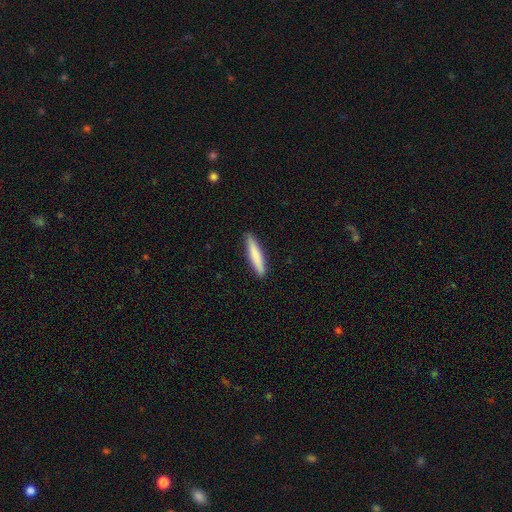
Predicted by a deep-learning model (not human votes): Smooth or featured? smooth (81%)
How rounded? cigar-shaped (90%)
Merging? none (89%)